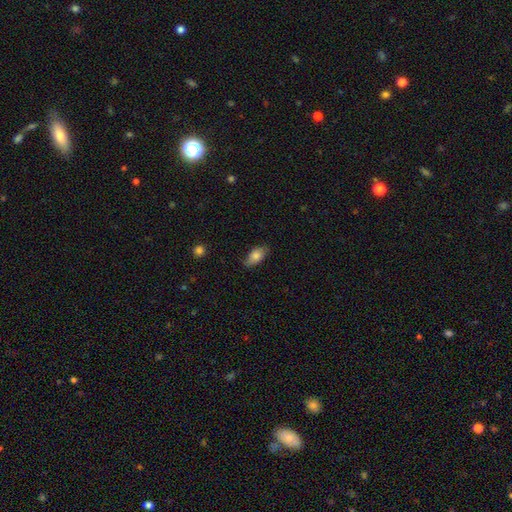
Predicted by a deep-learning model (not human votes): The model was most divided on "merging": none: 72%, minor disturbance: 23%, major disturbance: 4%, merger: 1%. More confident: how rounded — in between (91%); smooth or featured — smooth (78%).